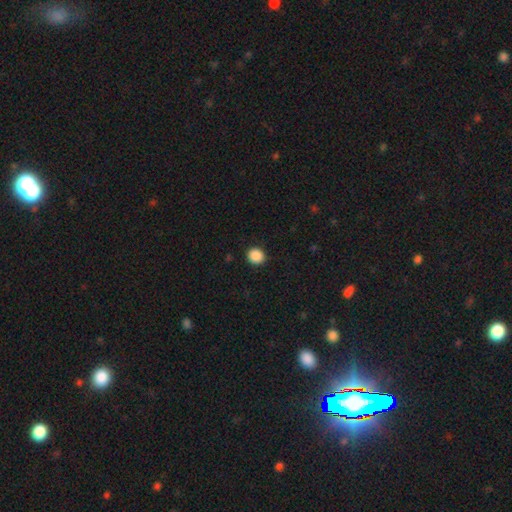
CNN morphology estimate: This appears to be a smooth galaxy with no disk features (89%) that is round (86%). Merging: none (91%).